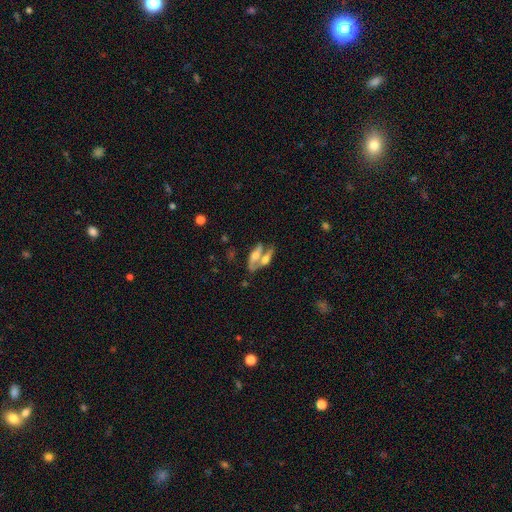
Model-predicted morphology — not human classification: type=featured or disk (54%); edge-on=yes (55%); merging=merger (54%).